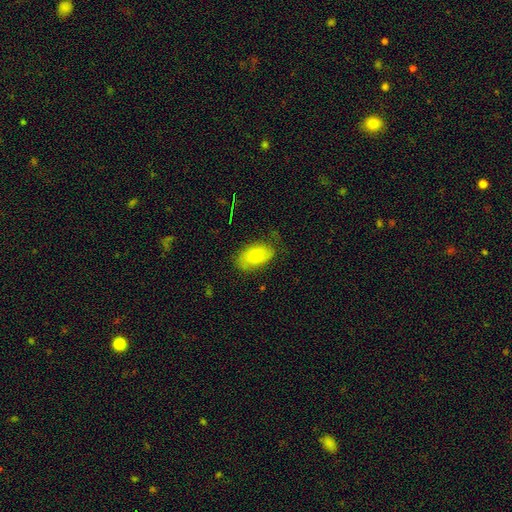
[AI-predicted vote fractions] smooth_or_featured: smooth (p=0.76) [alt: featured or disk p=0.17]
how_rounded: in between (p=0.93) [alt: round p=0.05]
merging: none (p=0.64) [alt: minor disturbance p=0.26]